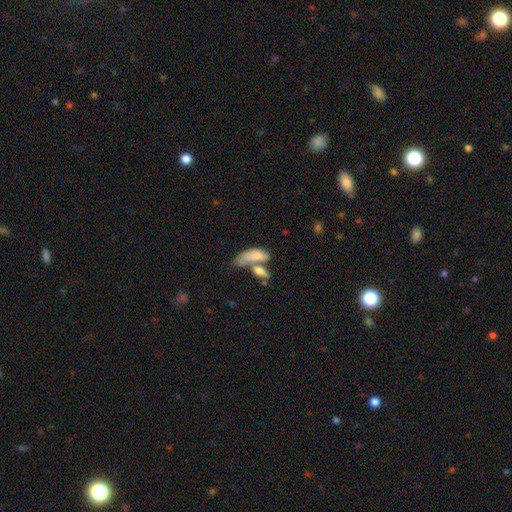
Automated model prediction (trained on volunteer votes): Smooth or featured? Predicted: smooth (p=0.77). How rounded? Predicted: in between (p=0.79). Merging? Predicted: merger (p=0.52).